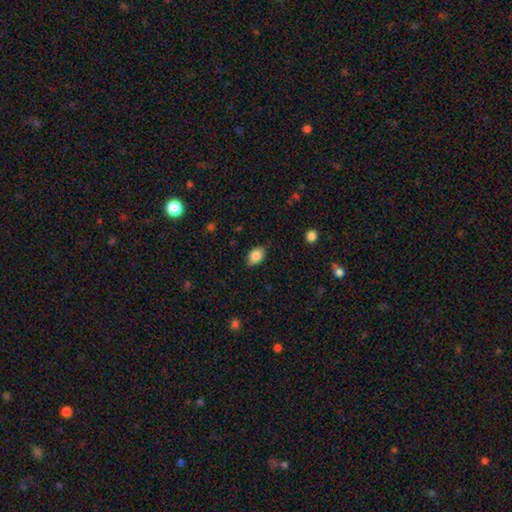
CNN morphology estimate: A smooth galaxy with no disk features (86%) that is in between round and cigar-shaped (83%).

Vote fractions:
- Smooth or featured? smooth: 86% / star or artifact: 8% / featured or disk: 6%
- How rounded? in between: 83% / round: 16% / cigar-shaped: 1%
- Merging? none: 82% / minor disturbance: 14% / major disturbance: 3% / merger: 1%